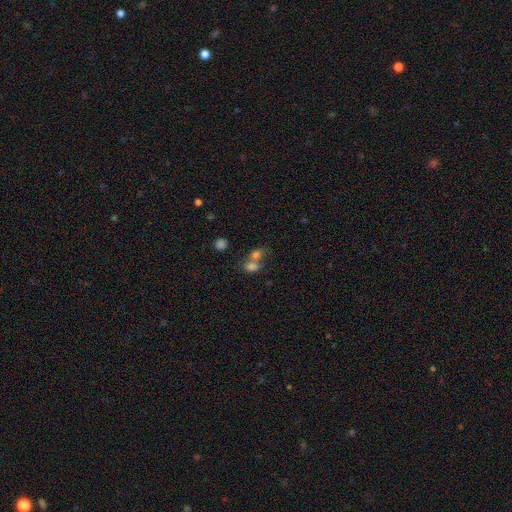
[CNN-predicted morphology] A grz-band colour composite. It shows a smooth galaxy with no disk features (70%) that is in between round and cigar-shaped (54%). Merging: merger (61%).